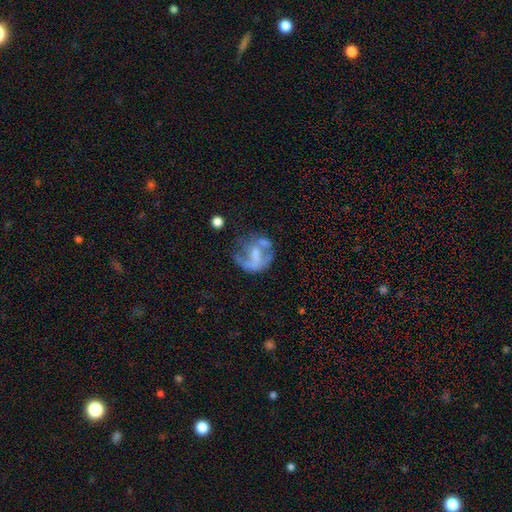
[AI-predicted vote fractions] featured or disk 58%, smooth 31%, star or artifact 11%. Down the decision tree: edge-on disk — no (97%); bar — no (57%); spiral arms — no (61%); bulge size — none (33%); merging — none (33%, tied with major disturbance).